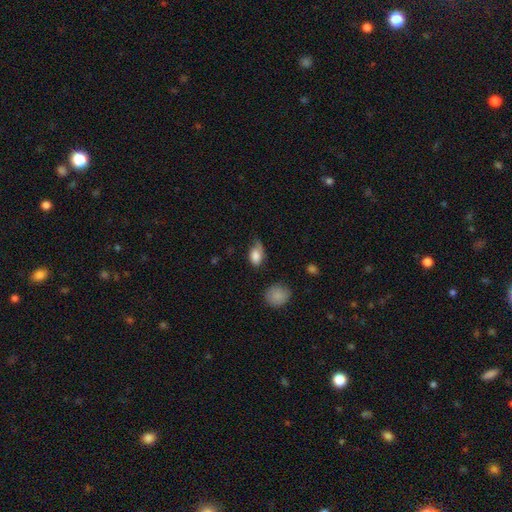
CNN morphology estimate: Smooth or featured? Predicted: smooth (p=0.80). How rounded? Predicted: in between (p=0.85). Merging? Predicted: minor disturbance (p=0.40).